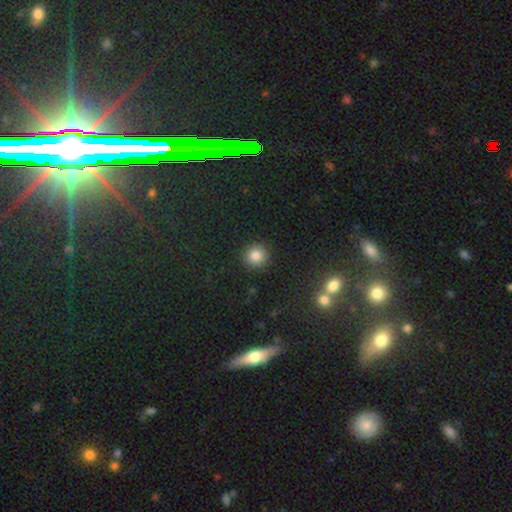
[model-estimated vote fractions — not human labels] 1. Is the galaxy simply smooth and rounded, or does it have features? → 82% smooth, 13% star or artifact, 5% featured or disk.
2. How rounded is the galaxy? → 93% round, 6% in between, 1% cigar-shaped.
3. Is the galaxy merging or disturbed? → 91% none, 5% minor disturbance, 2% major disturbance, 1% merger.